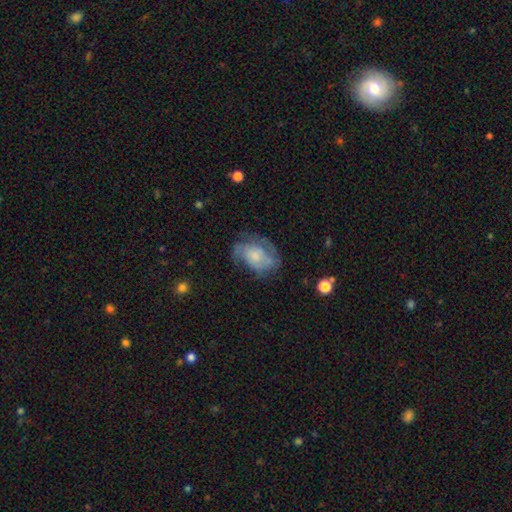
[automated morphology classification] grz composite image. It shows a featured or disk galaxy (60%) with no bar (78%), spiral arms (75%) and a small central bulge (47%). Merging: none (53%).